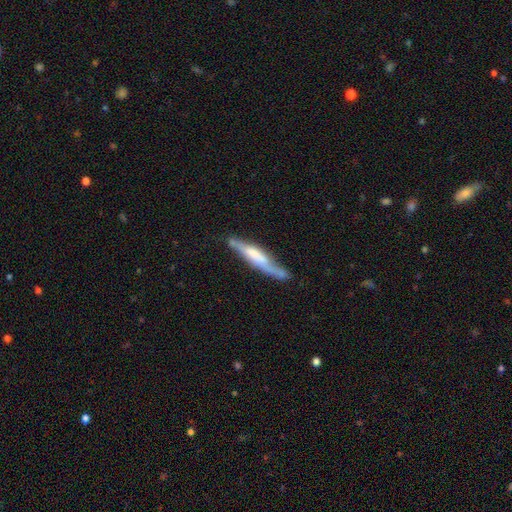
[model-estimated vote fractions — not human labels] The model was most divided on "smooth or featured": featured or disk: 61%, smooth: 34%, star or artifact: 6%. More confident: edge-on disk — yes (77%); merging — none (60%).